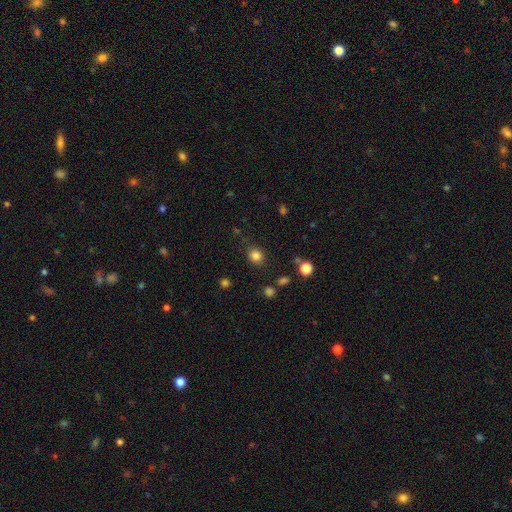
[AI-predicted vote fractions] Smooth or featured?
  - smooth: 83% *
  - star or artifact: 13%
  - featured or disk: 5%
How rounded?
  - round: 75% *
  - in between: 24%
  - cigar-shaped: 1%
Merging?
  - none: 84% *
  - minor disturbance: 10%
  - major disturbance: 4%
  - merger: 2%